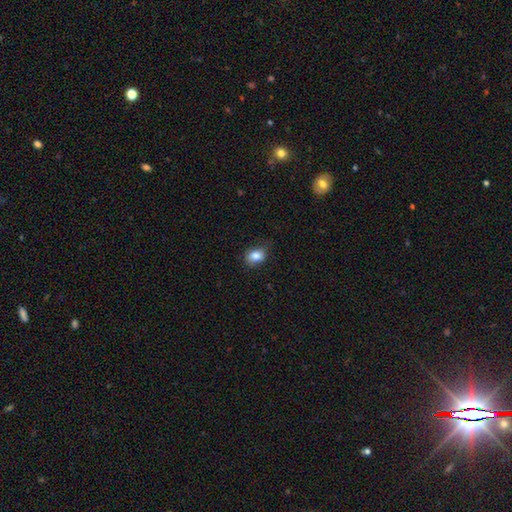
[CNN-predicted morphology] smooth 83%, star or artifact 9%, featured or disk 8%. Down the decision tree: how rounded — in between (61%); merging — none (77%).